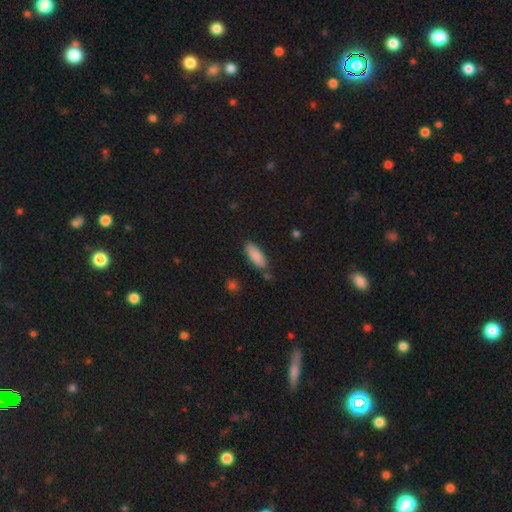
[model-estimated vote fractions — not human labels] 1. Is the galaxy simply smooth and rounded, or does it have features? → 88% smooth, 7% star or artifact, 6% featured or disk.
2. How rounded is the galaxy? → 73% in between, 25% cigar-shaped, 2% round.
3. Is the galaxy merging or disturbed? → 79% none, 14% minor disturbance, 4% merger, 3% major disturbance.